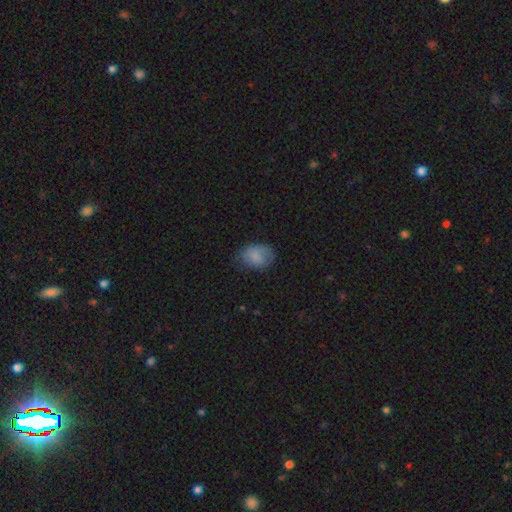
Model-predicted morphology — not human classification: smooth 77%, featured or disk 14%, star or artifact 9%. Down the decision tree: how rounded — in between (72%); merging — none (59%).